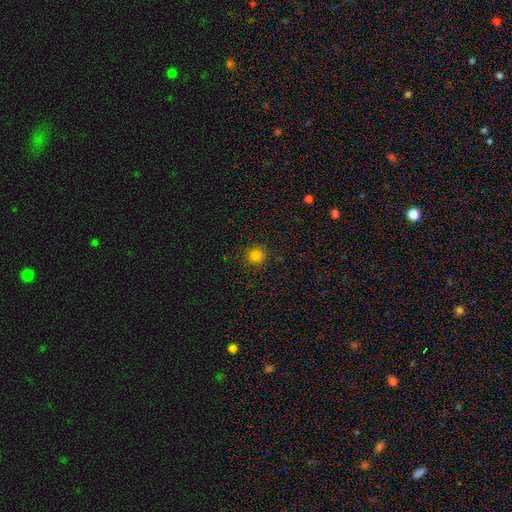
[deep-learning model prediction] Overall: smooth (79%). How rounded: round (90%). Merging: none (86%).